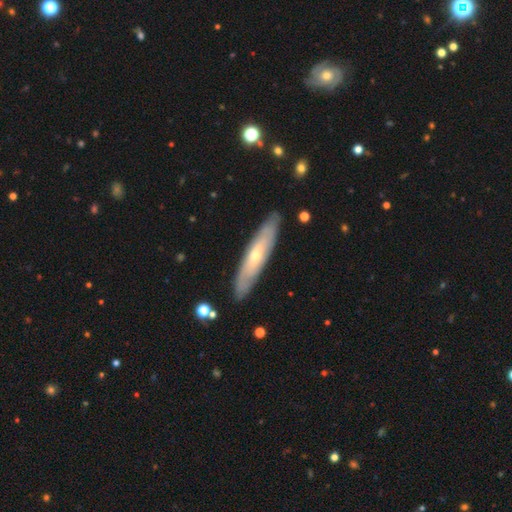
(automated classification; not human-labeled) This appears to be a featured or disk galaxy (58%) viewed edge-on (58%). Merging: none (87%).